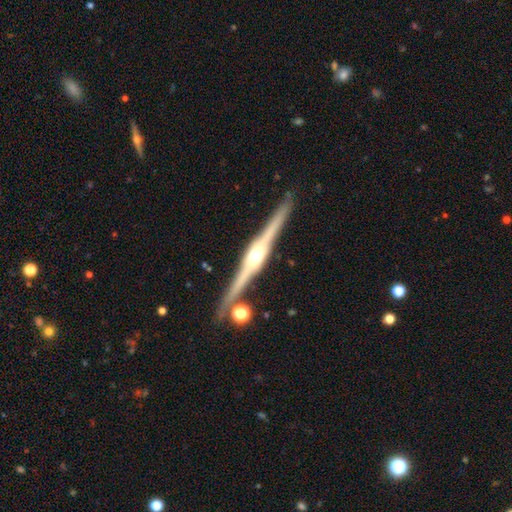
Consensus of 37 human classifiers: smooth_or_featured: featured or disk (p=0.86) [alt: smooth p=0.08]
disk_edge_on: yes (p=1.00)
edge_on_bulge: boxy (p=0.56) [alt: rounded p=0.44]
merging: none (p=0.80) [alt: merger p=0.11]